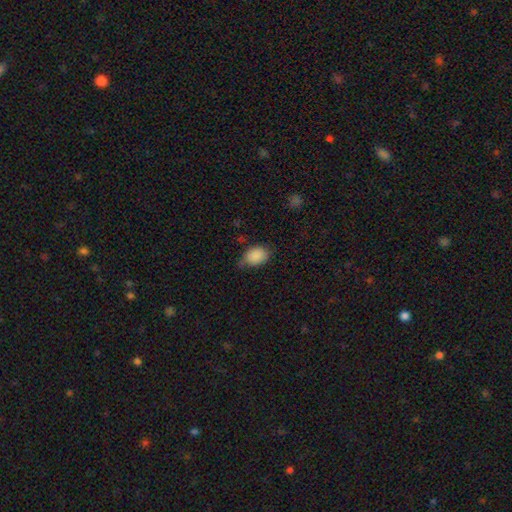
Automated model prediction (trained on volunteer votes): Q: Smooth or featured?
A: smooth (87%); runner-up: star or artifact (8%)
Q: How rounded?
A: in between (76%); runner-up: round (23%)
Q: Merging?
A: none (54%); runner-up: minor disturbance (36%)